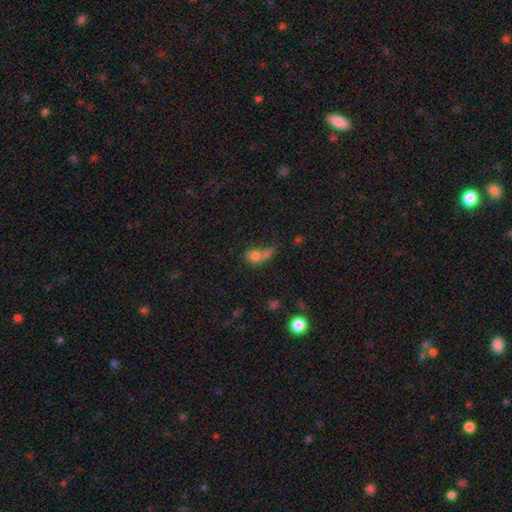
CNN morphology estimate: Overall: smooth (69%). How rounded: in between (49%; round 47%). Merging: merger (46%; none 25%).